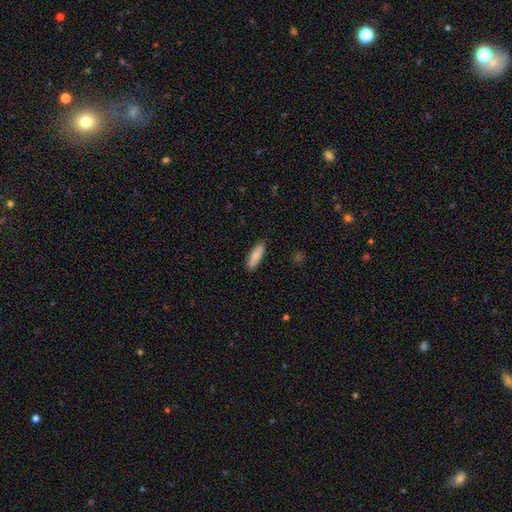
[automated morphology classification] type=smooth (83%); roundness=in between (49%, tied with cigar-shaped); merging=none (89%).